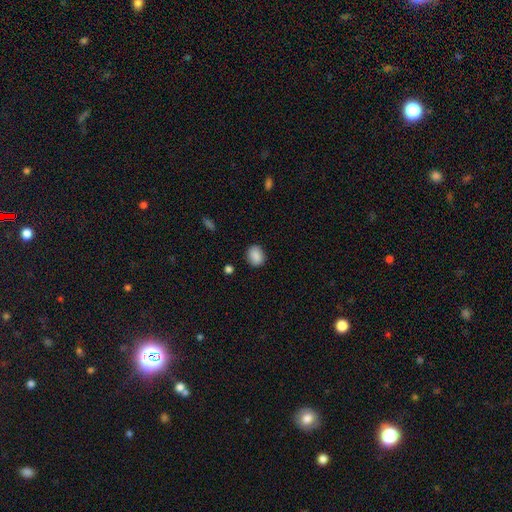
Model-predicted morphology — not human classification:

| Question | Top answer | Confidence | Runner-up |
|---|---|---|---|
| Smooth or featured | smooth | 88% | star or artifact (8%) |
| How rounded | round | 50% | in between (49%) |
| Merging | none | 87% | minor disturbance (9%) |